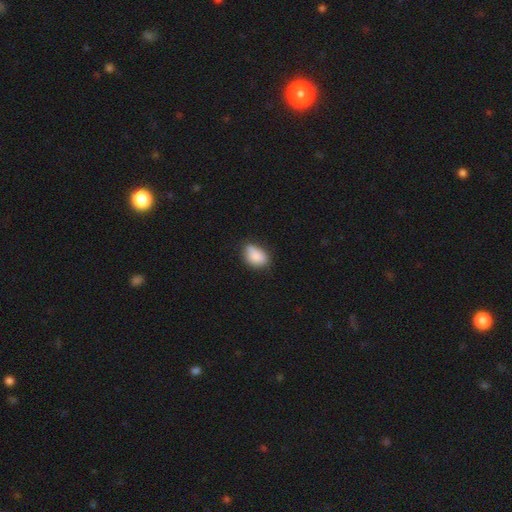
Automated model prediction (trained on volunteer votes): Smooth or featured? Predicted: smooth (p=0.85). How rounded? Predicted: in between (p=0.83). Merging? Predicted: none (p=0.60).